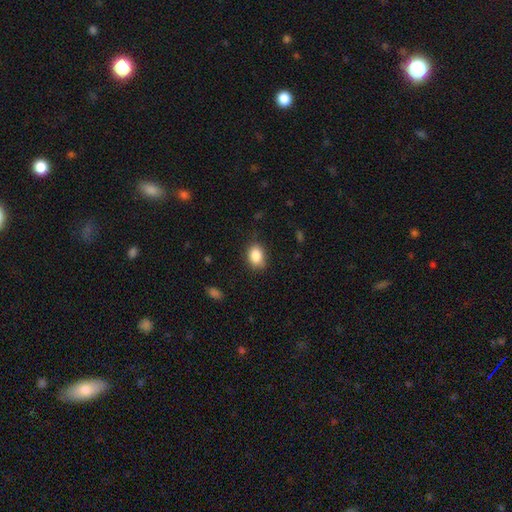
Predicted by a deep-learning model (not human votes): Smooth or featured?
  - smooth: 86% *
  - star or artifact: 8%
  - featured or disk: 5%
How rounded?
  - in between: 71% *
  - round: 28%
  - cigar-shaped: 1%
Merging?
  - none: 80% *
  - minor disturbance: 16%
  - major disturbance: 3%
  - merger: 1%